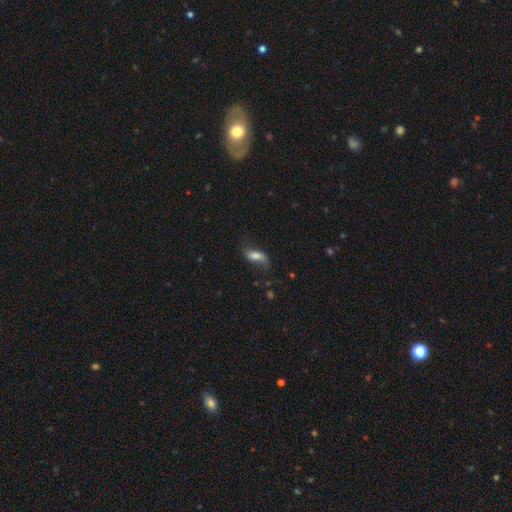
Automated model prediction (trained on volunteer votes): Q: Smooth or featured?
A: smooth (54%); runner-up: featured or disk (37%)
Q: How rounded?
A: in between (75%); runner-up: cigar-shaped (21%)
Q: Merging?
A: none (58%); runner-up: minor disturbance (24%)